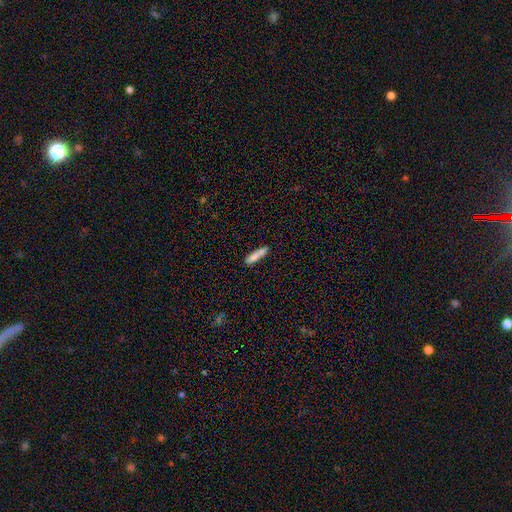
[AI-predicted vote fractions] Q: Smooth or featured?
A: smooth (82%); runner-up: featured or disk (11%)
Q: How rounded?
A: cigar-shaped (78%); runner-up: in between (20%)
Q: Merging?
A: none (78%); runner-up: minor disturbance (15%)